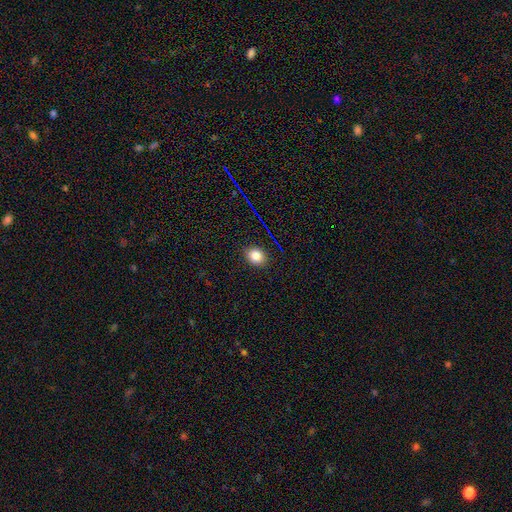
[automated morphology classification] Smooth or featured: smooth — 81% (star or artifact — 13%)
How rounded: round — 54% (in between — 45%)
Merging: none — 89% (minor disturbance — 8%)